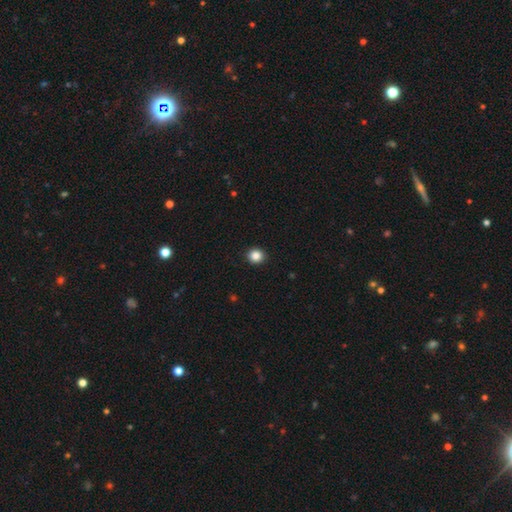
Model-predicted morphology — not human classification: Smooth or featured: smooth — 86% (star or artifact — 11%)
How rounded: round — 87% (in between — 12%)
Merging: none — 93% (minor disturbance — 5%)